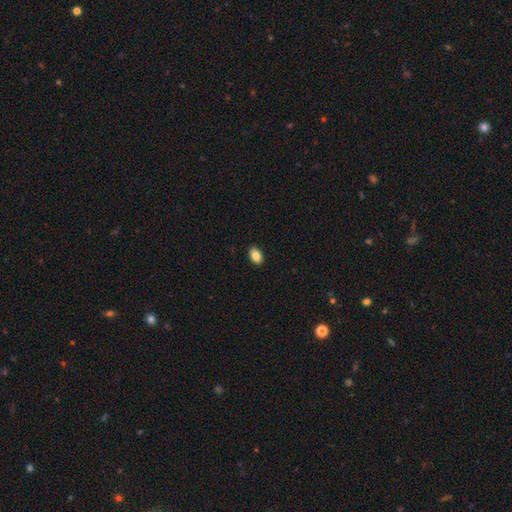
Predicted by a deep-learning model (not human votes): Smooth or featured?
  - smooth: 84% *
  - star or artifact: 8%
  - featured or disk: 8%
How rounded?
  - in between: 87% *
  - round: 12%
  - cigar-shaped: 1%
Merging?
  - none: 90% *
  - minor disturbance: 7%
  - major disturbance: 2%
  - merger: 1%